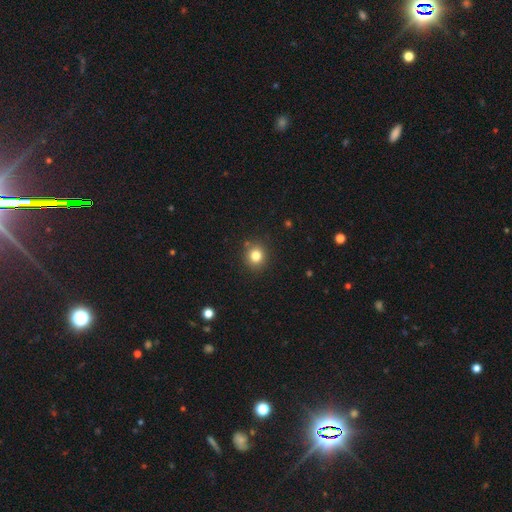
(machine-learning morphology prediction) Smooth or featured: smooth — 81% (star or artifact — 12%)
How rounded: round — 86% (in between — 13%)
Merging: none — 87% (minor disturbance — 8%)